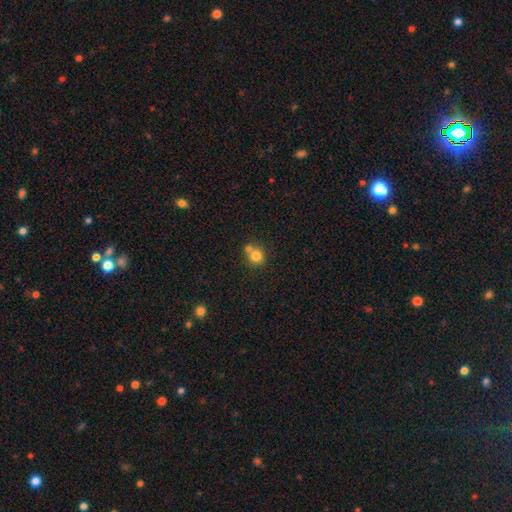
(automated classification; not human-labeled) Smooth or featured? smooth (80%)
How rounded? round (86%)
Merging? none (54%)